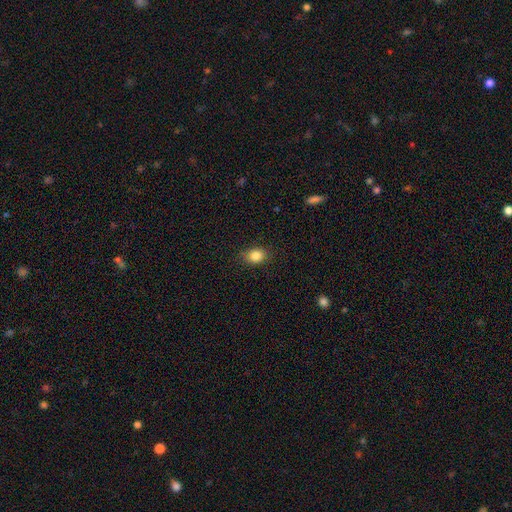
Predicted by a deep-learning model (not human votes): smooth_or_featured: smooth (p=0.85) [alt: star or artifact p=0.09]
how_rounded: in between (p=0.66) [alt: round p=0.33]
merging: none (p=0.86) [alt: minor disturbance p=0.11]